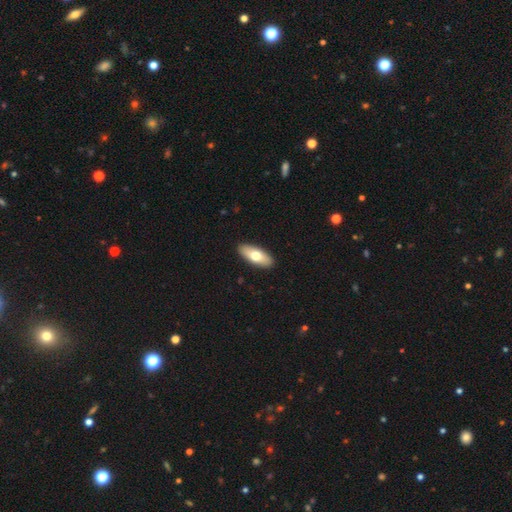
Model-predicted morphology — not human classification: Q: Smooth or featured?
A: smooth (68%); runner-up: featured or disk (26%)
Q: How rounded?
A: in between (79%); runner-up: cigar-shaped (19%)
Q: Merging?
A: none (91%); runner-up: minor disturbance (6%)